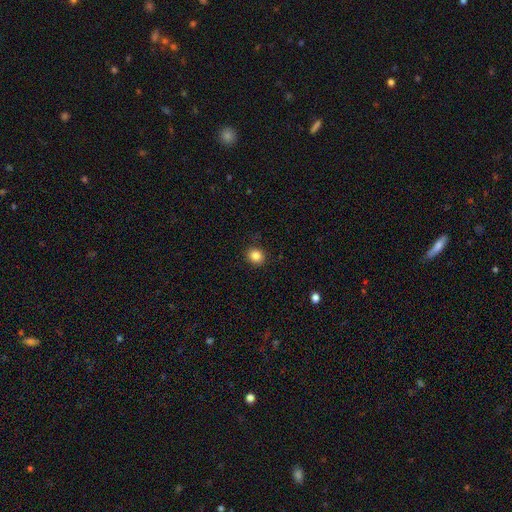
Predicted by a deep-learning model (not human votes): Overall: smooth (85%). How rounded: round (81%). Merging: none (90%).